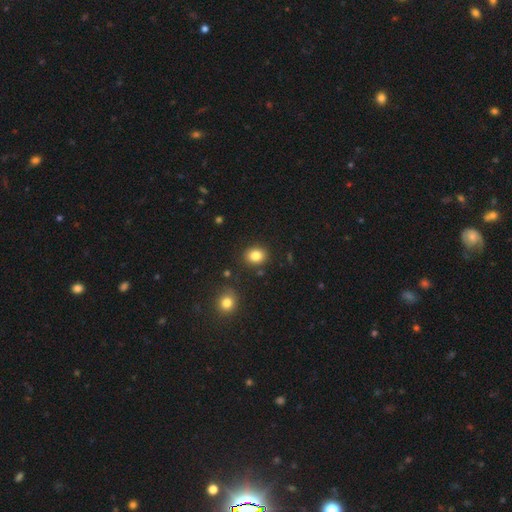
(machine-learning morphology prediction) smooth 84%, star or artifact 10%, featured or disk 6%. Down the decision tree: how rounded — round (66%); merging — none (87%).